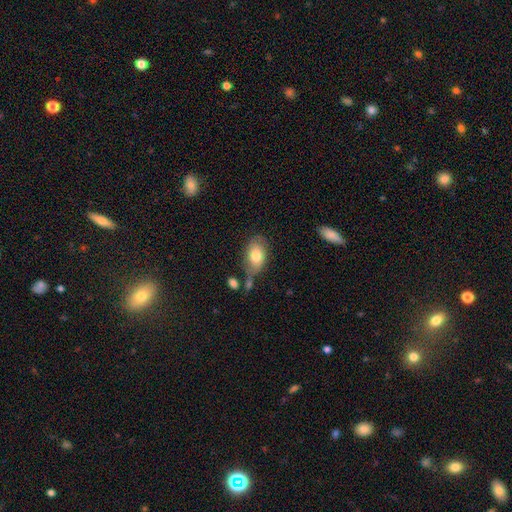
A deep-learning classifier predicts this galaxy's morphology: smooth_or_featured: smooth (p=0.75) [alt: featured or disk p=0.18]
how_rounded: in between (p=0.88) [alt: round p=0.10]
merging: none (p=0.55) [alt: minor disturbance p=0.23]